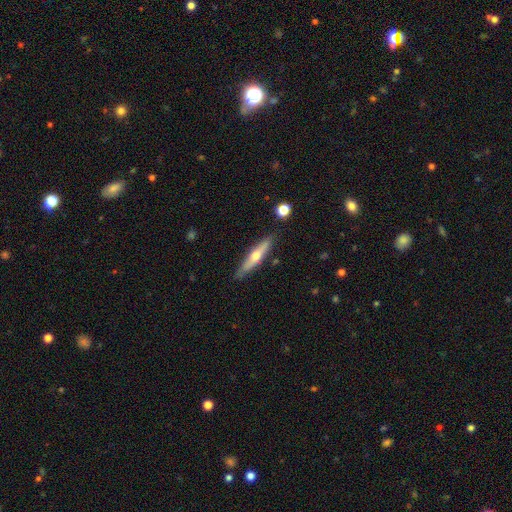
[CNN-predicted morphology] This is possibly a featured or disk galaxy (54%). It is clearly viewed edge-on (90%). Merging: clearly none (86%).